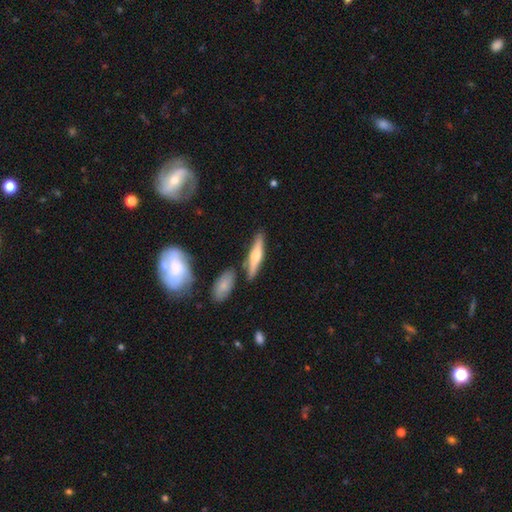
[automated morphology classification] This is possibly a featured or disk galaxy (51%). It is clearly viewed edge-on (93%). Merging: likely none (78%).